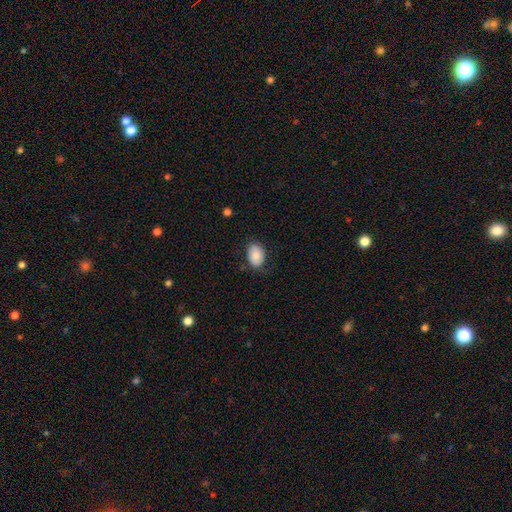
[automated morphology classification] Smooth or featured? smooth (82%)
How rounded? in between (83%)
Merging? none (72%)